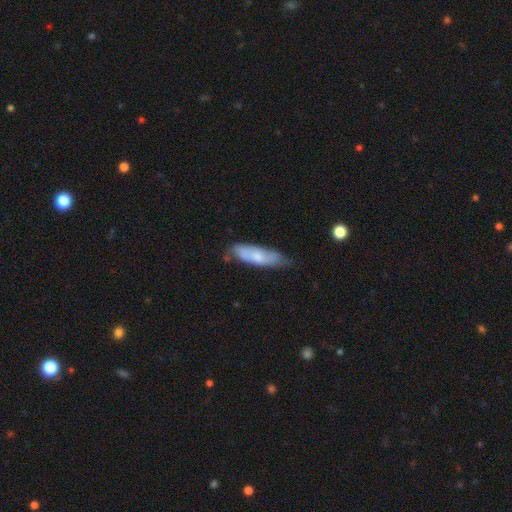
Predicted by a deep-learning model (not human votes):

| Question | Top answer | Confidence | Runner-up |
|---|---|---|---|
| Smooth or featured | smooth | 64% | featured or disk (30%) |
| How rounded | cigar-shaped | 55% | in between (43%) |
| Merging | none | 61% | minor disturbance (30%) |